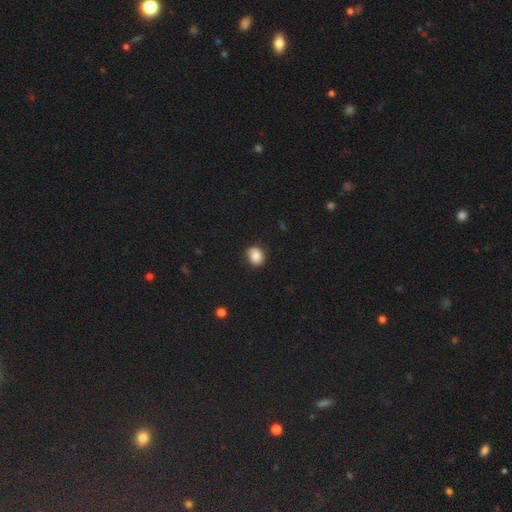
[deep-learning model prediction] A smooth galaxy with no disk features (83%) that is round (55%).

Vote fractions:
- Smooth or featured? smooth: 83% / star or artifact: 9% / featured or disk: 8%
- How rounded? round: 55% / in between: 44% / cigar-shaped: 1%
- Merging? none: 76% / minor disturbance: 19% / major disturbance: 4% / merger: 1%